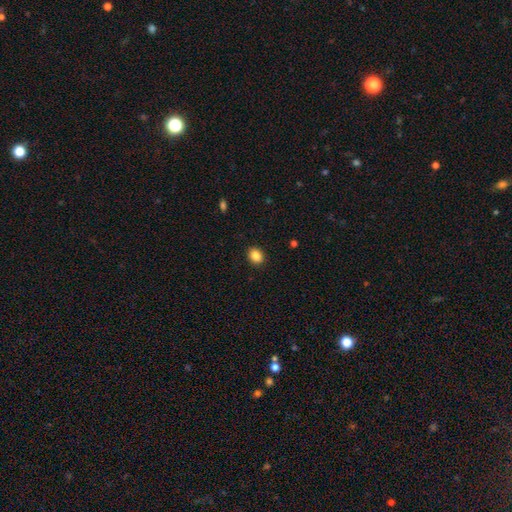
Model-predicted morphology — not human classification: The model was most divided on "how rounded": round: 50%, in between: 49%, cigar-shaped: 1%. More confident: merging — none (91%); smooth or featured — smooth (87%).